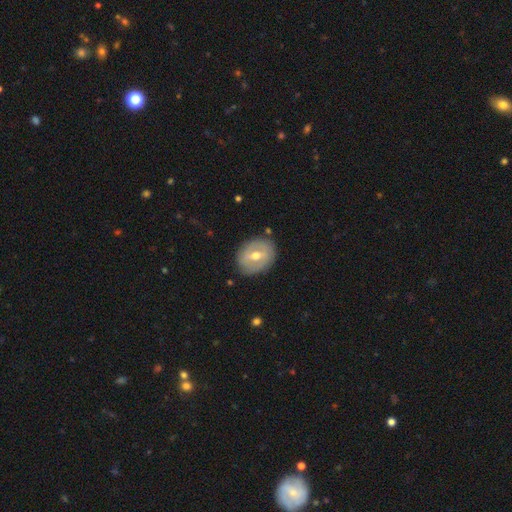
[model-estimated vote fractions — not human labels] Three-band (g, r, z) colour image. It shows a featured or disk galaxy (59%) with a weak bar (49%), no spiral arms (61%) and a moderate central bulge (76%). Merging: none (81%).